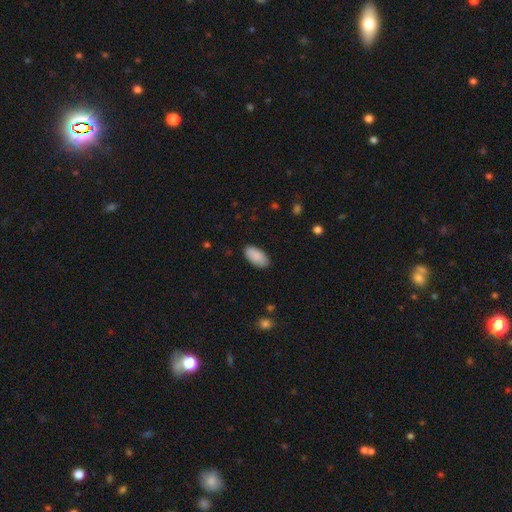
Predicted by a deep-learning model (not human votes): smooth 90%, star or artifact 6%, featured or disk 4%. Down the decision tree: how rounded — in between (95%); merging — none (87%).